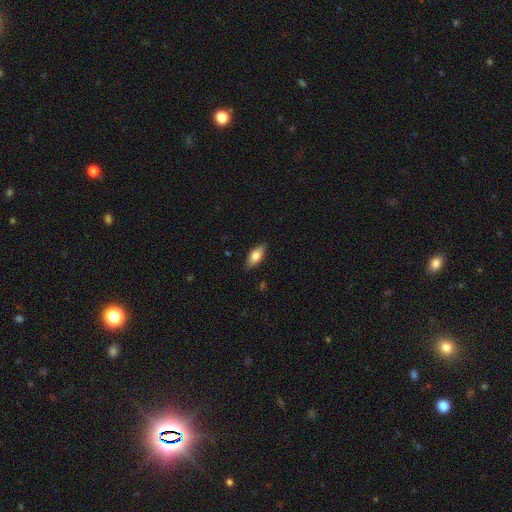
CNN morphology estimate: A smooth galaxy with no disk features (75%) that is in between round and cigar-shaped (83%). Merging: none (84%).